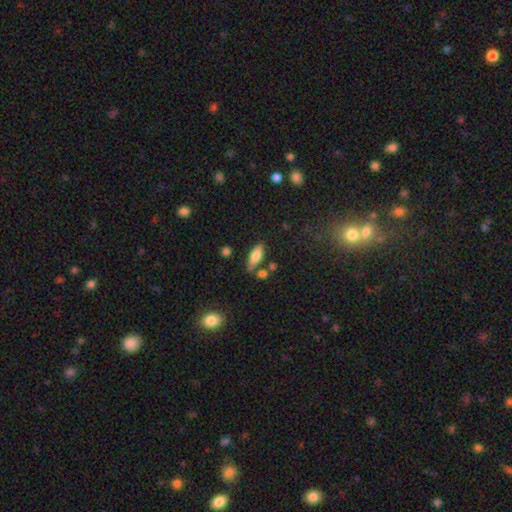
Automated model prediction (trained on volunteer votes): Smooth or featured? smooth (72%)
How rounded? in between (64%)
Merging? none (69%)